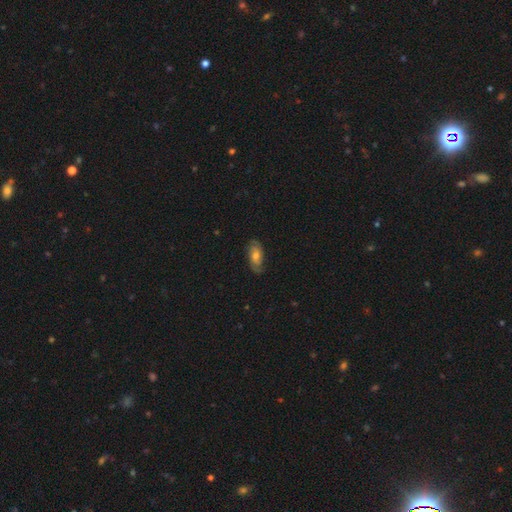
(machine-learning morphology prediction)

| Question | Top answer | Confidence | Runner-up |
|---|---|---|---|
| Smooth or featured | featured or disk | 56% | smooth (35%) |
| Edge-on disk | no | 91% | yes (9%) |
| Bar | no | 67% | weak (27%) |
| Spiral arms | yes | 86% | no (14%) |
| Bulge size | moderate | 61% | small (25%) |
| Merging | none | 77% | minor disturbance (17%) |